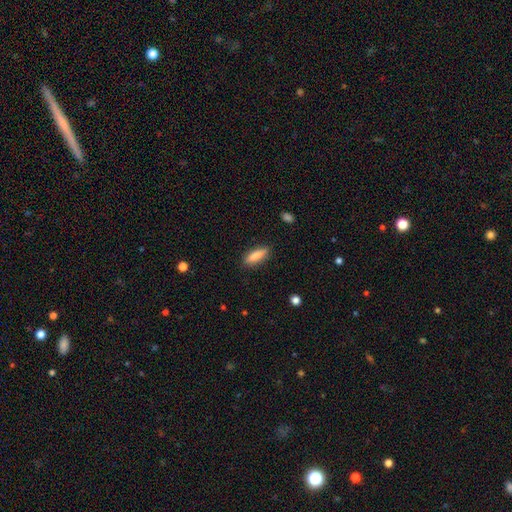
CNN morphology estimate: The model was most divided on "how rounded": cigar-shaped: 51%, in between: 47%, round: 2%. More confident: merging — none (86%); smooth or featured — smooth (83%).